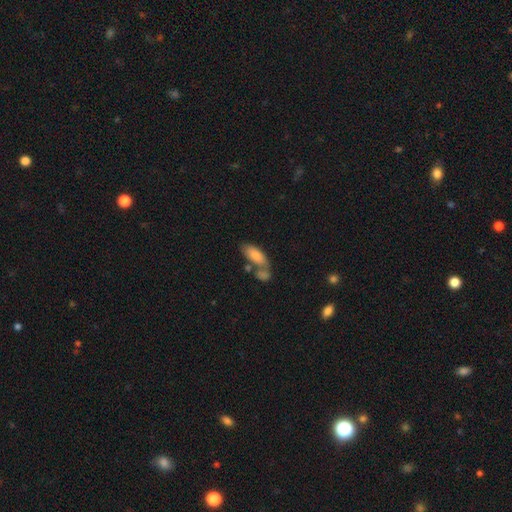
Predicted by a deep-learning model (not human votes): Q: Smooth or featured?
A: smooth (79%); runner-up: featured or disk (15%)
Q: How rounded?
A: in between (82%); runner-up: cigar-shaped (16%)
Q: Merging?
A: none (41%); runner-up: merger (39%)